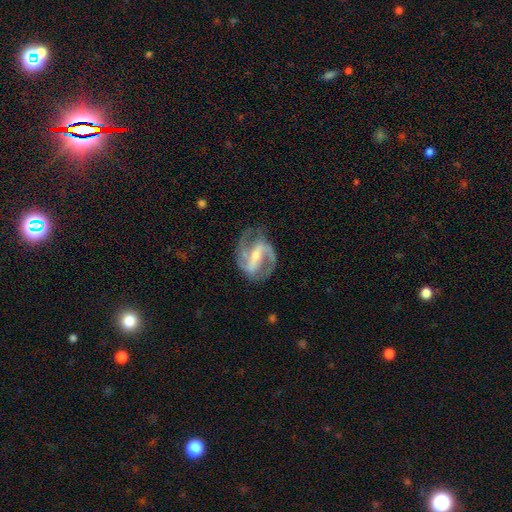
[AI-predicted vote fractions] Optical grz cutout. It shows a featured or disk galaxy (90%) with a strong bar (60%), 2 (90%) medium (56%) spiral arms (96%) and a small central bulge (54%). Merging: none (74%).